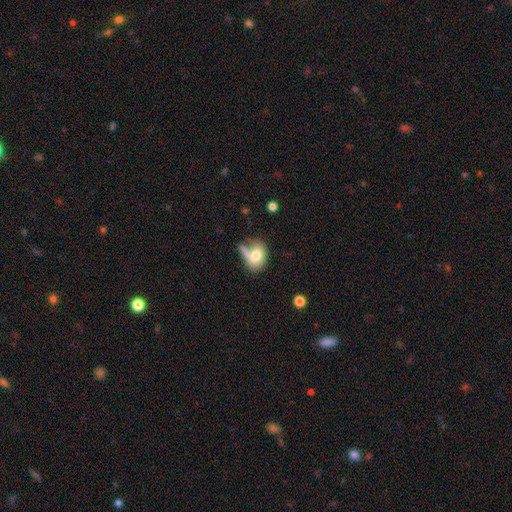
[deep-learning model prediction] Morphology: type=smooth (70%); roundness=in between (71%); merging=none (32%).